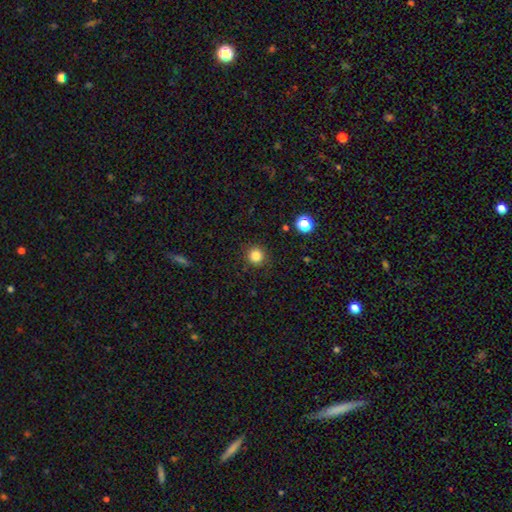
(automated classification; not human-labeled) smooth-or-featured: smooth: 84% | star or artifact: 12% | featured or disk: 4%
  how-rounded: round: 94% | in between: 5% | cigar-shaped: 1%
  merging: none: 90% | minor disturbance: 7% | major disturbance: 3% | merger: 1%